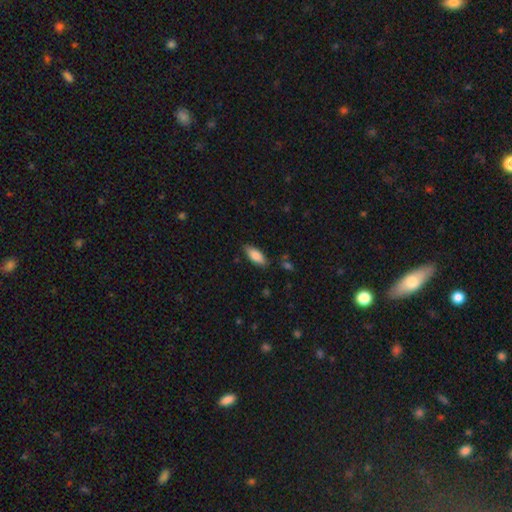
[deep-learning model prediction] smooth-or-featured: smooth: 85% | featured or disk: 9% | star or artifact: 6%
  how-rounded: in between: 81% | cigar-shaped: 18% | round: 2%
  merging: none: 82% | minor disturbance: 13% | major disturbance: 3% | merger: 2%